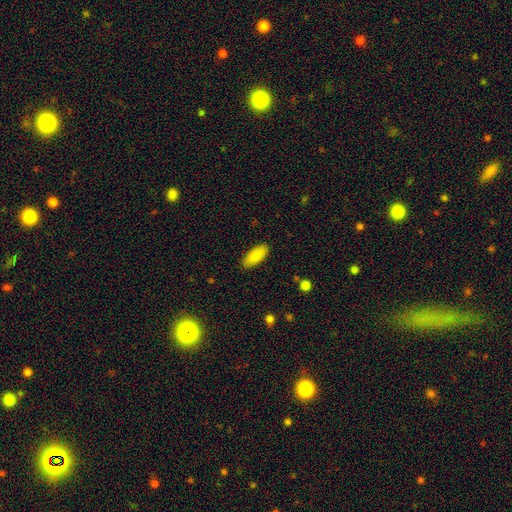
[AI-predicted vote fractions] The model was most divided on "how rounded": in between: 82%, cigar-shaped: 16%, round: 2%. More confident: merging — none (88%); smooth or featured — smooth (88%).